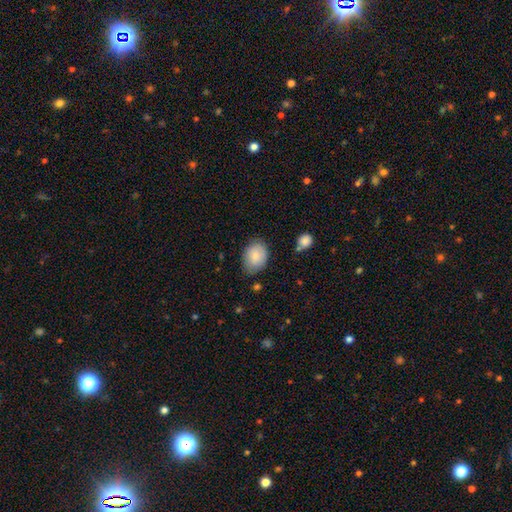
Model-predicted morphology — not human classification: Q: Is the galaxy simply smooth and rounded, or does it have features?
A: smooth — 82%.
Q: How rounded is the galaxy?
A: in between — 75%.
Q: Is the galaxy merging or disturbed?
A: none — 74%.